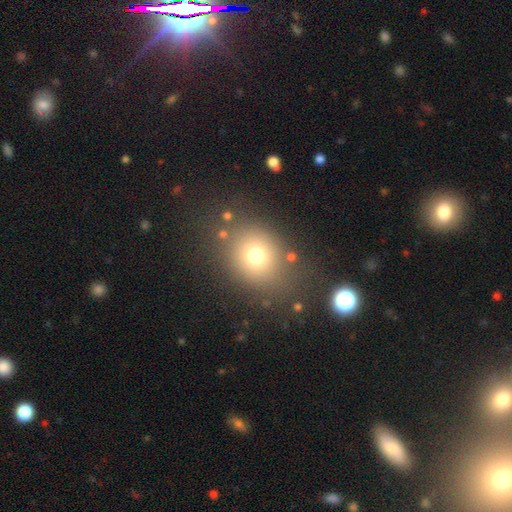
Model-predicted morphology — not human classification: type=smooth (72%); roundness=round (61%); merging=none (76%).